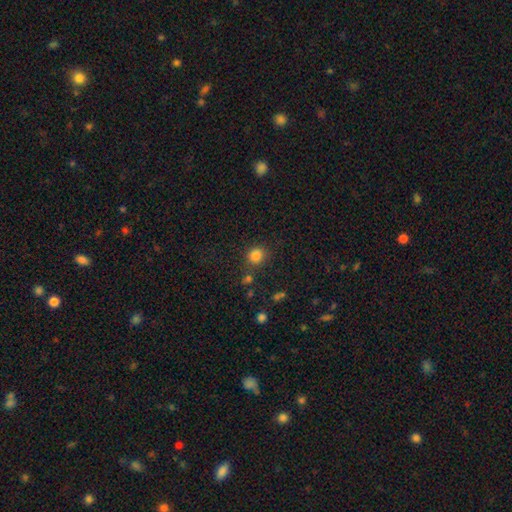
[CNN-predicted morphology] This is clearly a smooth galaxy (82%). How rounded: clearly round (86%). Merging: likely none (79%).